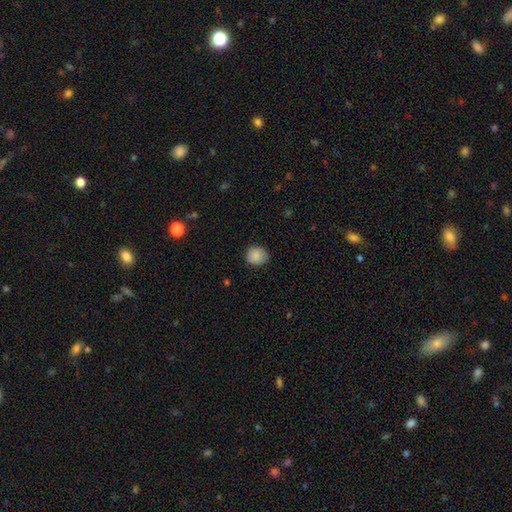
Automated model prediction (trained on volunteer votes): Overall: smooth (87%). How rounded: round (80%). Merging: none (85%).